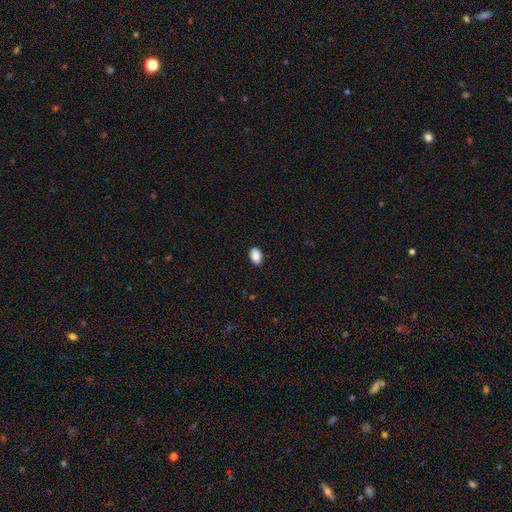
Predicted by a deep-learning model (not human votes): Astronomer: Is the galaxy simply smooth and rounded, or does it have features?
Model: smooth — 89%.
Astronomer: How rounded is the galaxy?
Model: in between — 84%.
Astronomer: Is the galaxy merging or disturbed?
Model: none — 88%.